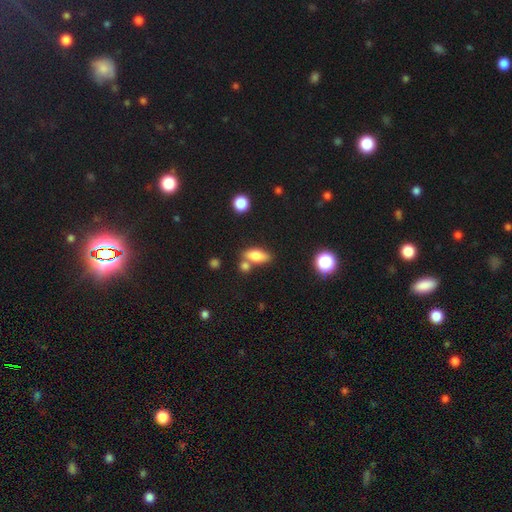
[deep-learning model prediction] Overall: smooth (76%). How rounded: in between (78%). Merging: none (59%; merger 24%).